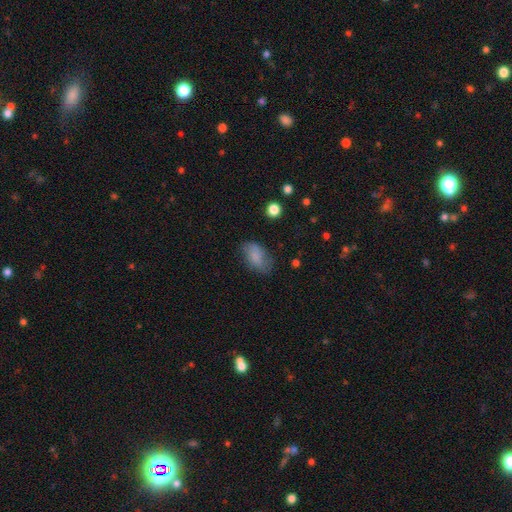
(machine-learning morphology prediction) Overall: smooth (79%). How rounded: in between (91%). Merging: none (64%; minor disturbance 26%).